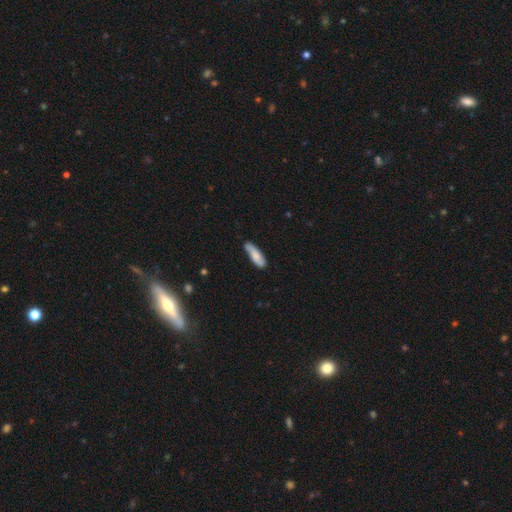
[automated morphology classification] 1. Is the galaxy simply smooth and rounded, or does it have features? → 77% smooth, 17% featured or disk, 6% star or artifact.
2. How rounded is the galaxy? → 53% cigar-shaped, 45% in between, 2% round.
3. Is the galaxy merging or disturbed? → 72% none, 22% minor disturbance, 4% major disturbance, 2% merger.